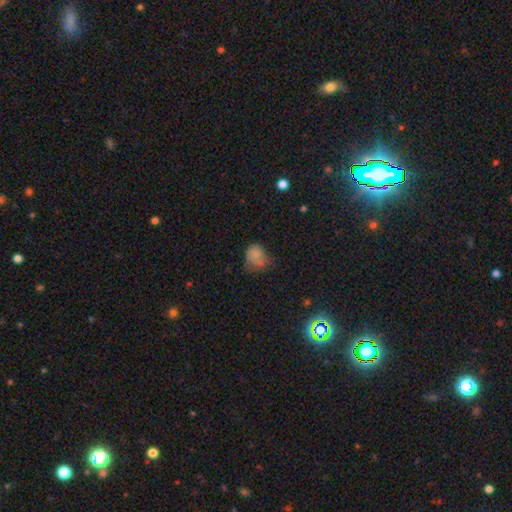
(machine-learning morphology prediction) Q: Smooth or featured?
A: smooth (73%); runner-up: featured or disk (15%)
Q: How rounded?
A: round (57%); runner-up: in between (42%)
Q: Merging?
A: none (36%); runner-up: minor disturbance (34%)